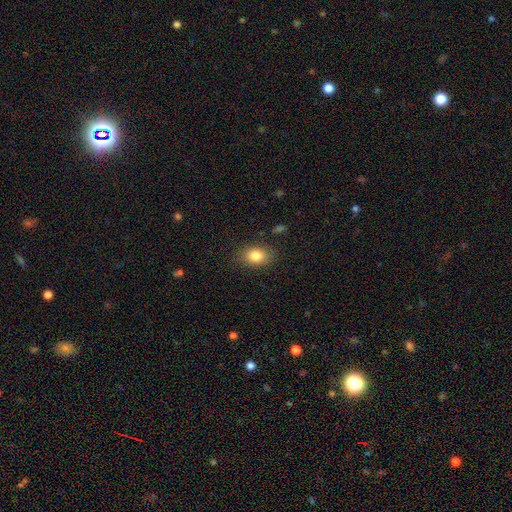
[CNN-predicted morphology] Smooth or featured? smooth (84%)
How rounded? in between (82%)
Merging? none (85%)